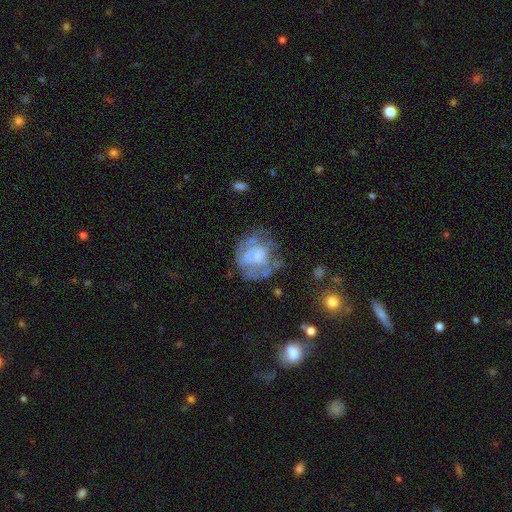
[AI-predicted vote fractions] Morphology: type=featured or disk (61%); edge-on=no (98%); bar=no (82%); spiral arms=no (71%); bulge=moderate (32%); merging=none (49%).